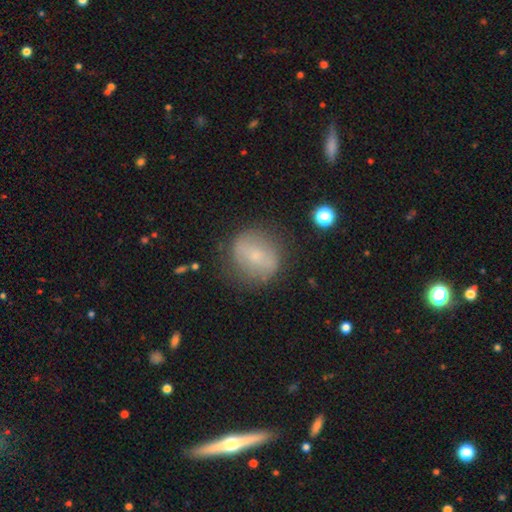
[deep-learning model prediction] The model was most divided on "smooth or featured": smooth: 52%, featured or disk: 38%, star or artifact: 9%. More confident: merging — none (76%); how rounded — round (73%).